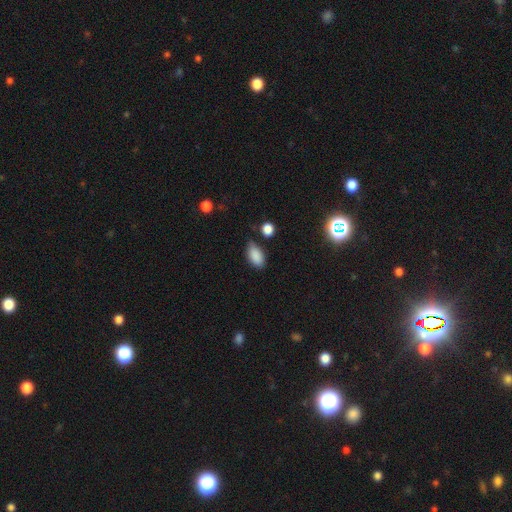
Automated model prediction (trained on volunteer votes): smooth_or_featured: smooth (p=0.87) [alt: star or artifact p=0.08]
how_rounded: in between (p=0.92) [alt: round p=0.06]
merging: none (p=0.68) [alt: minor disturbance p=0.24]